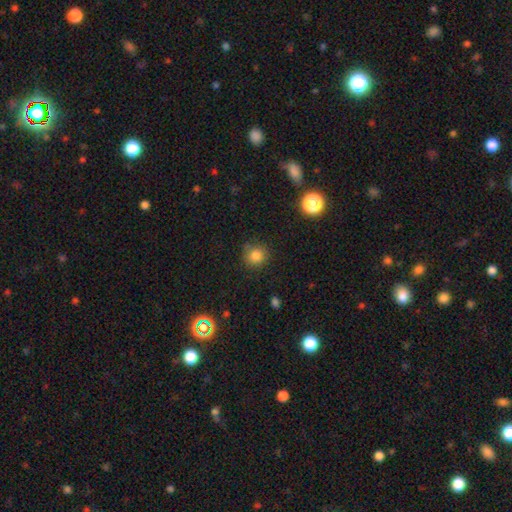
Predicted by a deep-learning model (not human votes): Smooth or featured?
  - smooth: 81% *
  - star or artifact: 13%
  - featured or disk: 6%
How rounded?
  - round: 91% *
  - in between: 8%
  - cigar-shaped: 1%
Merging?
  - none: 82% *
  - minor disturbance: 12%
  - major disturbance: 4%
  - merger: 2%